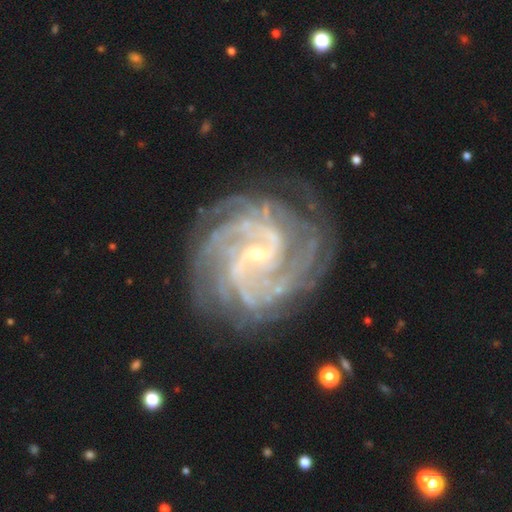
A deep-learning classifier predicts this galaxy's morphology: This is clearly a featured or disk galaxy (92%). It is clearly not viewed edge-on (98%). Bar: possibly weak (46%). Spiral arm pattern: clearly yes (98%). Spiral arm count: marginally 4 (21%). Spiral winding: possibly tight (60%). Central bulge: clearly small (84%). Merging: likely none (78%).